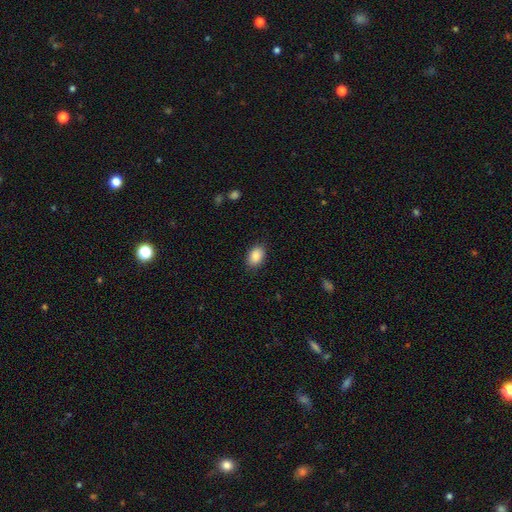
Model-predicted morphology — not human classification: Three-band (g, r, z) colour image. It shows a smooth galaxy with no disk features (87%) that is in between round and cigar-shaped (85%). Merging: none (87%).